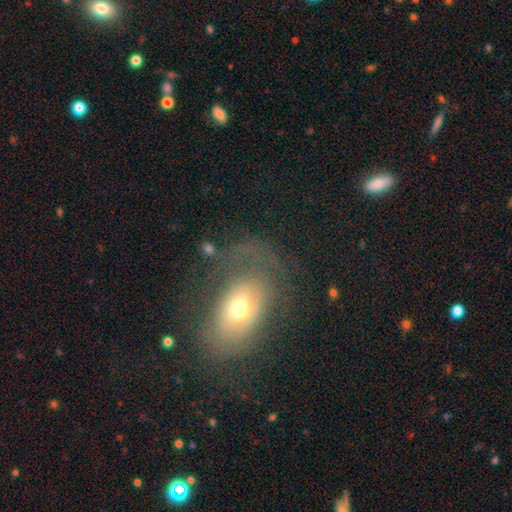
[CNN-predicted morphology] Smooth or featured? smooth (47%)
Merging? none (51%)